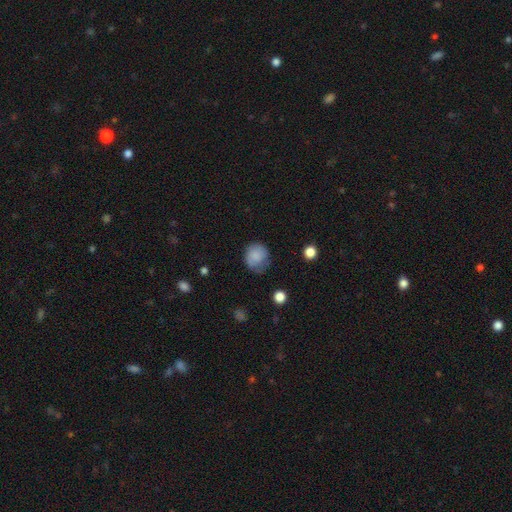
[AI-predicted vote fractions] Overall: smooth (81%). How rounded: round (79%). Merging: none (55%; minor disturbance 31%).